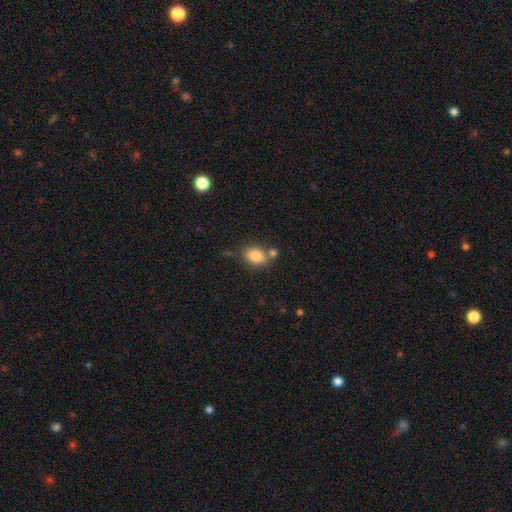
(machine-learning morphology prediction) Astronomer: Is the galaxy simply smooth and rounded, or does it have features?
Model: smooth — 84%.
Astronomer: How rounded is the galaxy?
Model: in between — 67%.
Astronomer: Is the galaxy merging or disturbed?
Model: none — 61%.